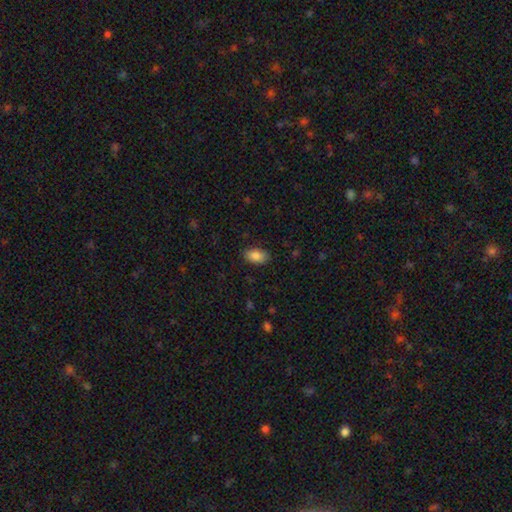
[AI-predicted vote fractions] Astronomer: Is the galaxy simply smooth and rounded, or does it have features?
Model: smooth — 85%.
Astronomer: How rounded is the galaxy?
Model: in between — 92%.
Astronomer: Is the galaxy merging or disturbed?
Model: none — 87%.